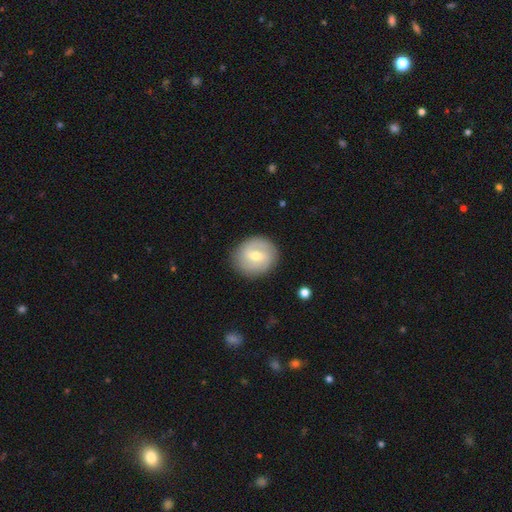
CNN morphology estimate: A featured or disk galaxy (57%) with a weak bar (56%), spiral arms (75%) and a moderate central bulge (58%).

Vote fractions:
- Smooth or featured? featured or disk: 57% / smooth: 37% / star or artifact: 6%
- Edge-on disk? no: 96% / yes: 4%
- Bar? weak: 56% / no: 24% / strong: 20%
- Spiral arms? yes: 75% / no: 25%
- Bulge size? moderate: 58% / small: 38% / large: 2% / none: 1% / dominant: 1%
- Merging? none: 86% / minor disturbance: 10% / major disturbance: 3% / merger: 1%